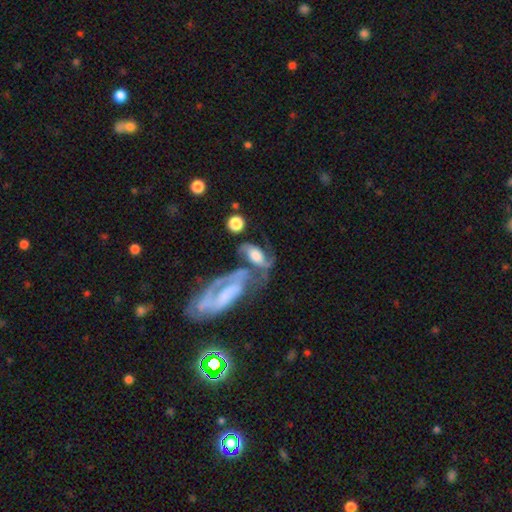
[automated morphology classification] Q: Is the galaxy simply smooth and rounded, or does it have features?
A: featured or disk — 67%.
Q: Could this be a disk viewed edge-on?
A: no — 92%.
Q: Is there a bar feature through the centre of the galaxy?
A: no — 60%.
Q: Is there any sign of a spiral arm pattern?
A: yes — 86%.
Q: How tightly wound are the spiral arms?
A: loose — 40%.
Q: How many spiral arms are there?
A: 2 — 76%.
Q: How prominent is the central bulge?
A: large — 40%.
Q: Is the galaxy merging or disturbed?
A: merger — 44%.